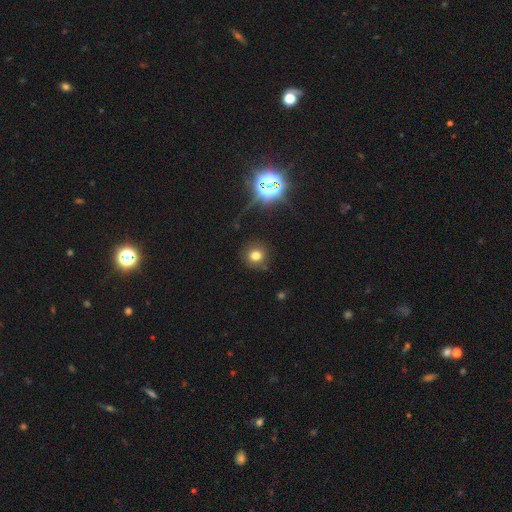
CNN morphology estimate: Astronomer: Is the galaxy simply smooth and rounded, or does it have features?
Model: smooth — 73%.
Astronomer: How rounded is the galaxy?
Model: round — 90%.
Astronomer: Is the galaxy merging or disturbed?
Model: none — 84%.